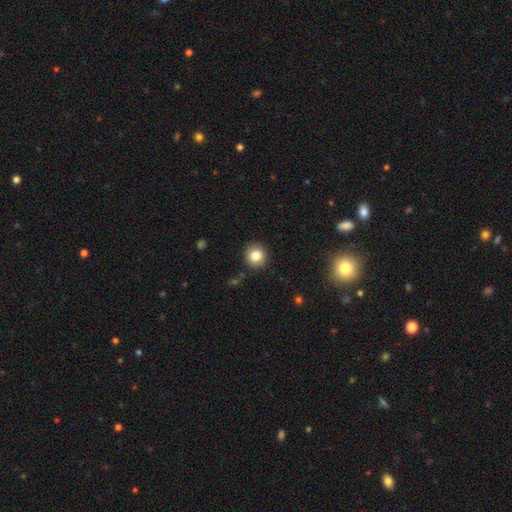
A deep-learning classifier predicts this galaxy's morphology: Q: Smooth or featured?
A: smooth (82%); runner-up: star or artifact (10%)
Q: How rounded?
A: round (92%); runner-up: in between (7%)
Q: Merging?
A: none (90%); runner-up: minor disturbance (6%)